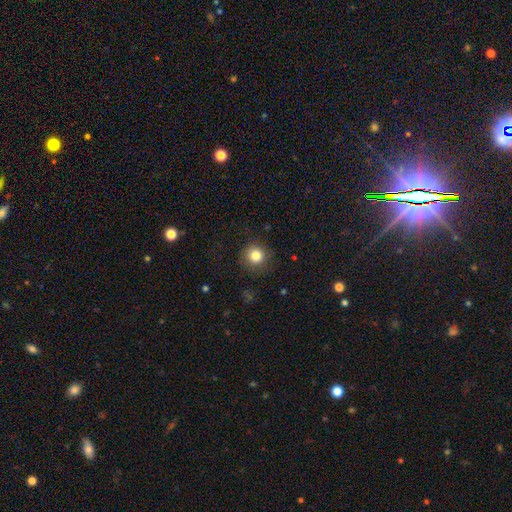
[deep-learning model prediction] This is clearly a smooth galaxy (82%). How rounded: clearly round (94%). Merging: clearly none (86%).